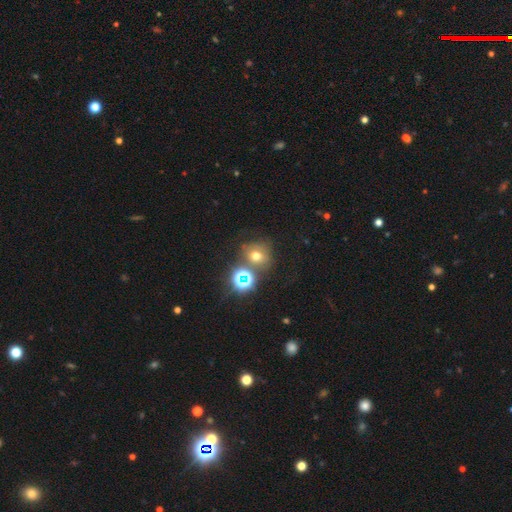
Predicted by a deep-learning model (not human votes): Smooth or featured: smooth — 57% (star or artifact — 30%)
How rounded: round — 79% (in between — 20%)
Merging: none — 63% (merger — 18%)